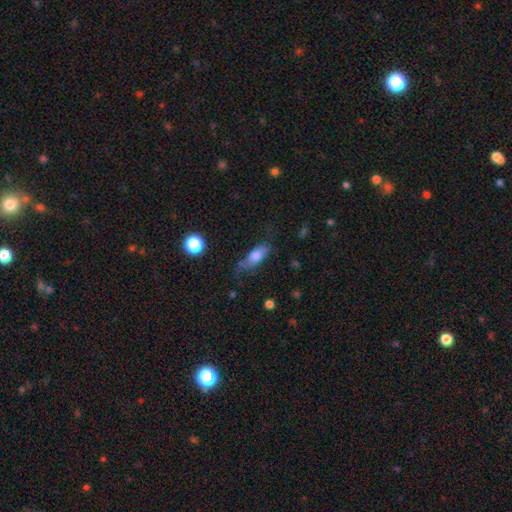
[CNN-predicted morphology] Smooth or featured: smooth — 72% (featured or disk — 20%)
How rounded: in between — 70% (cigar-shaped — 25%)
Merging: none — 51% (minor disturbance — 30%)